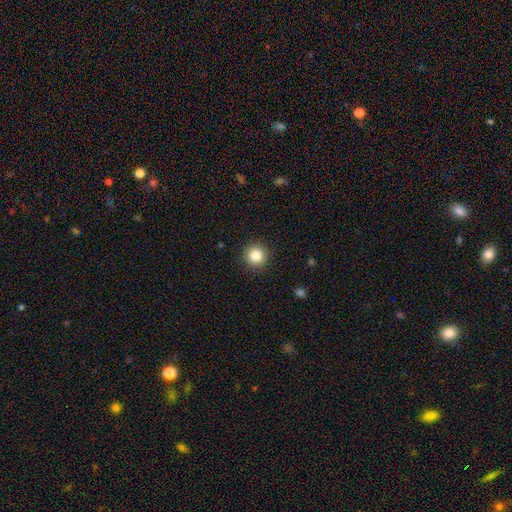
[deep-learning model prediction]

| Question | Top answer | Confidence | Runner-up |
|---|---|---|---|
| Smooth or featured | smooth | 84% | star or artifact (11%) |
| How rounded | round | 96% | in between (4%) |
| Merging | none | 93% | minor disturbance (5%) |